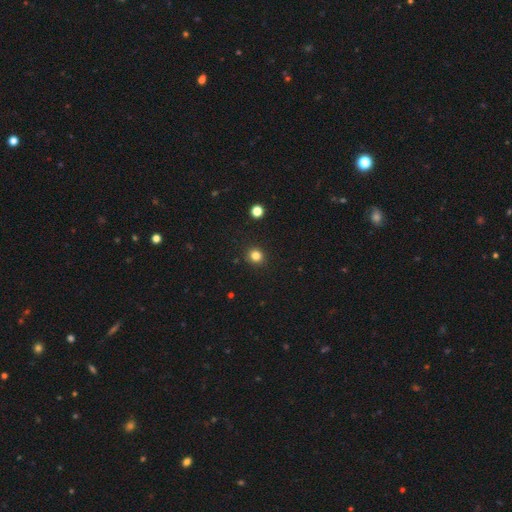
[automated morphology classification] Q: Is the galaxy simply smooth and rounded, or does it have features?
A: smooth — 82%.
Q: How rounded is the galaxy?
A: round — 89%.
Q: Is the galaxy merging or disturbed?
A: none — 91%.